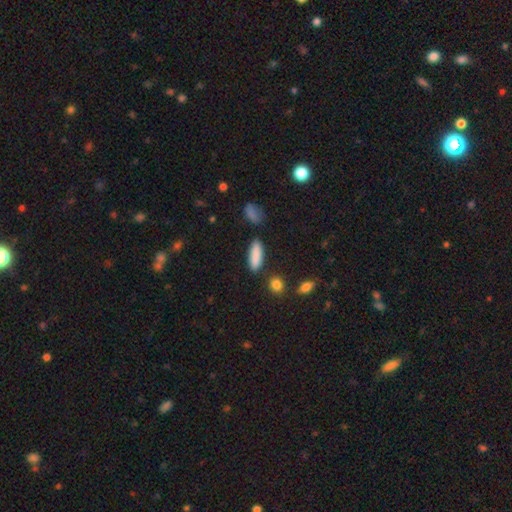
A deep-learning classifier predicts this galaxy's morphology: Q: Smooth or featured?
A: smooth (87%); runner-up: star or artifact (7%)
Q: How rounded?
A: cigar-shaped (50%); runner-up: in between (47%)
Q: Merging?
A: none (84%); runner-up: minor disturbance (10%)